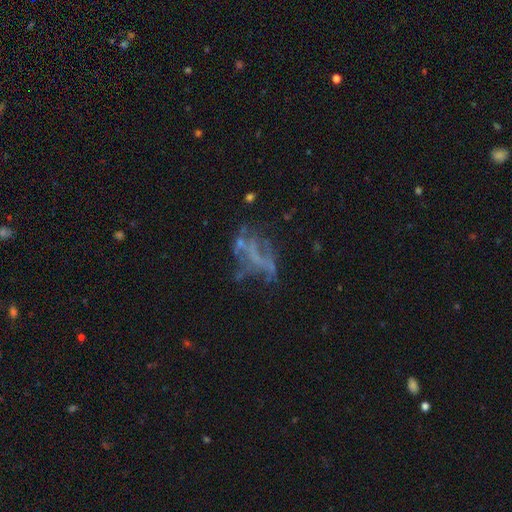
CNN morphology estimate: A featured or disk galaxy (59%) with no bar (78%), no spiral arms (81%) and no central bulge (83%). Merging: none (42%).